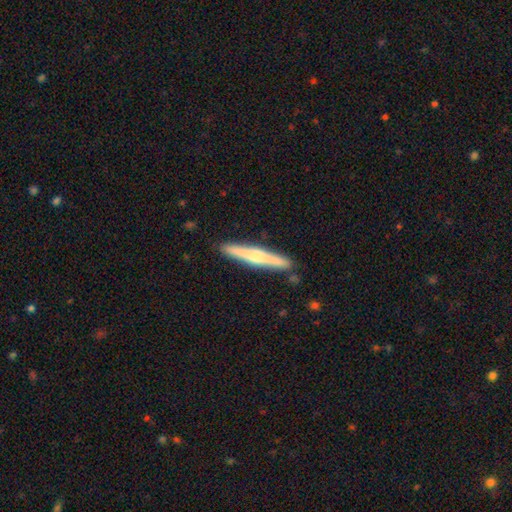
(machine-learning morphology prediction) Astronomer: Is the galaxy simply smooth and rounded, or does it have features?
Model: featured or disk — 57% (runner-up: smooth, 37%).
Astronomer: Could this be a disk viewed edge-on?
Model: yes — 98%.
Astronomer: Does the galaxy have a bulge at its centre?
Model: rounded — 73%.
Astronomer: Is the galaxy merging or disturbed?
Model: none — 89%.